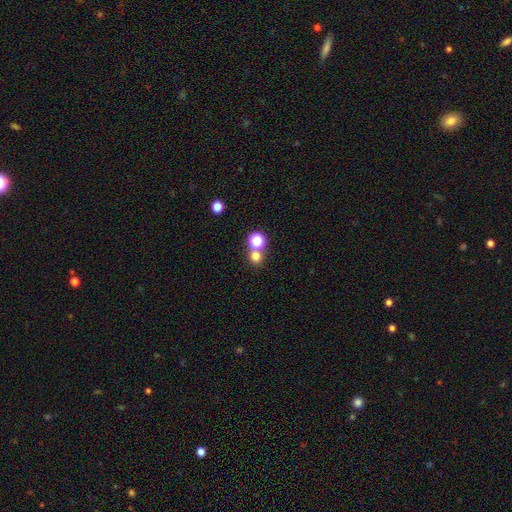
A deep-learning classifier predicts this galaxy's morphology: smooth-or-featured: smooth: 73% | star or artifact: 19% | featured or disk: 7%
  how-rounded: round: 89% | in between: 10% | cigar-shaped: 1%
  merging: none: 59% | merger: 32% | minor disturbance: 6% | major disturbance: 3%